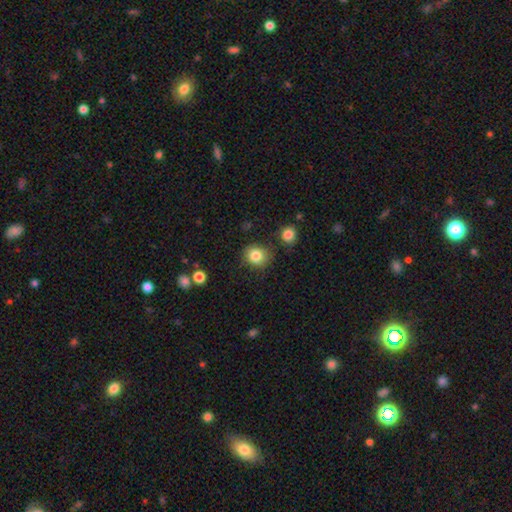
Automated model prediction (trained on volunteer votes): Q: Smooth or featured?
A: smooth (84%); runner-up: star or artifact (10%)
Q: How rounded?
A: round (76%); runner-up: in between (23%)
Q: Merging?
A: none (80%); runner-up: minor disturbance (12%)